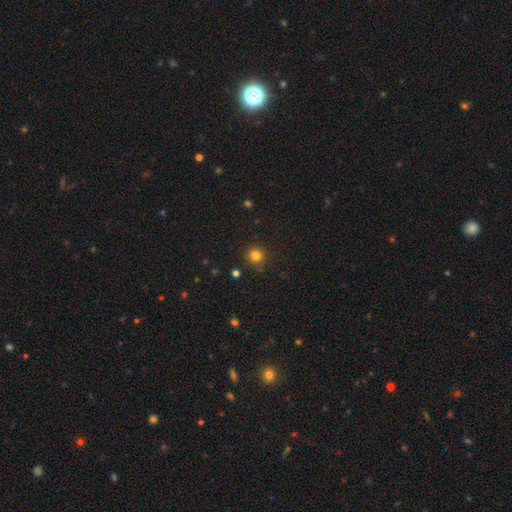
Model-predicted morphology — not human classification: smooth_or_featured: smooth (p=0.80) [alt: star or artifact p=0.14]
how_rounded: round (p=0.95) [alt: in between p=0.04]
merging: none (p=0.90) [alt: minor disturbance p=0.06]